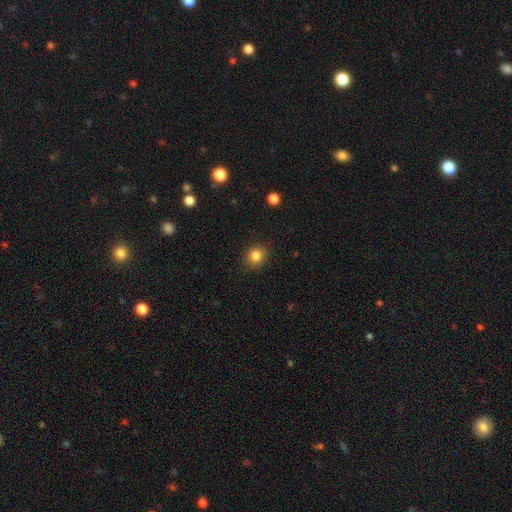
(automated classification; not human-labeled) This is clearly a smooth galaxy (84%). How rounded: likely round (73%). Merging: clearly none (85%).